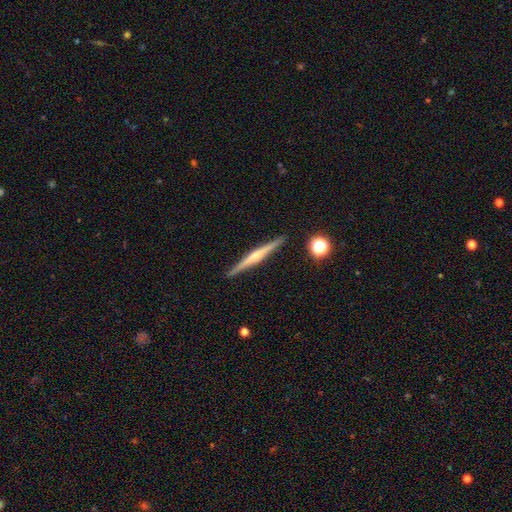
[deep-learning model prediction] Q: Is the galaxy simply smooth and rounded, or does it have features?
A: featured or disk — 74%.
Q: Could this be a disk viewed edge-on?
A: yes — 98%.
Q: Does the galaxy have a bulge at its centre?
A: rounded — 69%.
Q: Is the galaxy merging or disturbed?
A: none — 91%.